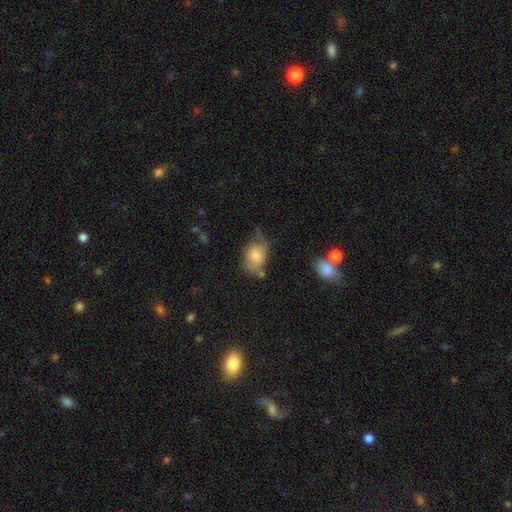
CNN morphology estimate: The model was most divided on "merging": none: 41%, minor disturbance: 36%, major disturbance: 16%, merger: 7%. More confident: how rounded — in between (83%); smooth or featured — smooth (68%).